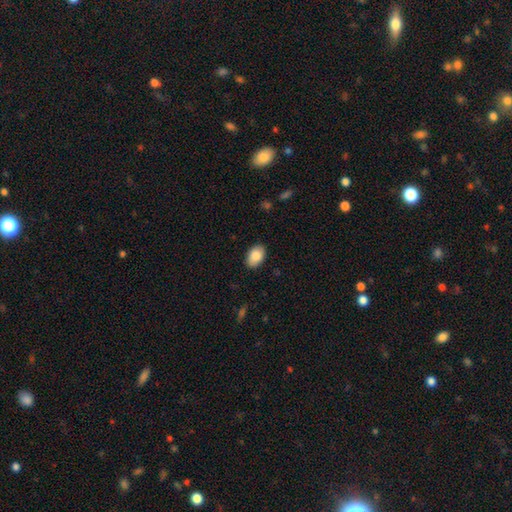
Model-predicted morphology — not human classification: Smooth or featured? smooth (86%)
How rounded? in between (88%)
Merging? none (87%)